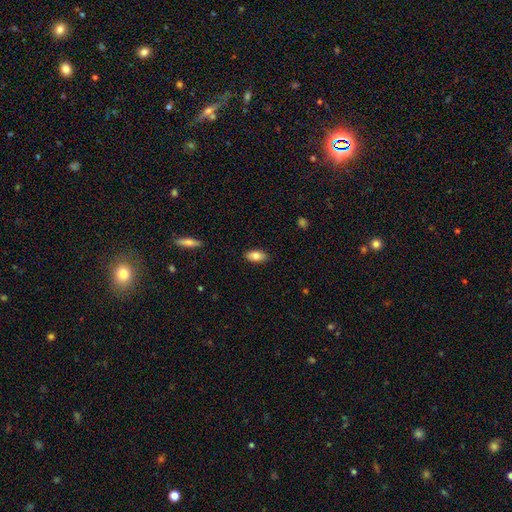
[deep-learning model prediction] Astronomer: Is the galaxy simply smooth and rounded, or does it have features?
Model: smooth — 79%.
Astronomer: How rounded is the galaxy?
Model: in between — 90%.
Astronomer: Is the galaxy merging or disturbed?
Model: none — 88%.